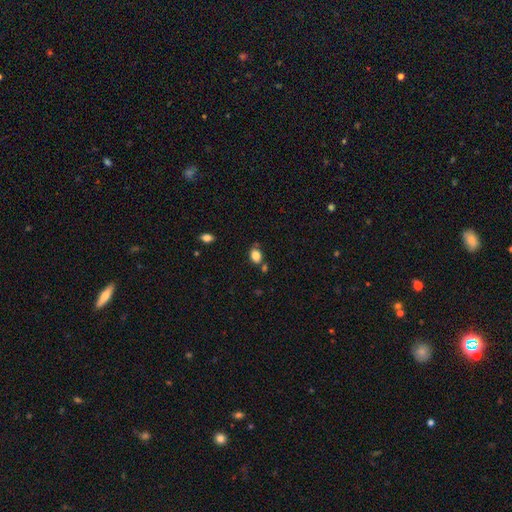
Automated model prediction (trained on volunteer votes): A smooth galaxy with no disk features (83%) that is in between round and cigar-shaped (71%).

Vote fractions:
- Smooth or featured? smooth: 83% / star or artifact: 10% / featured or disk: 7%
- How rounded? in between: 71% / round: 27% / cigar-shaped: 1%
- Merging? none: 67% / minor disturbance: 18% / merger: 11% / major disturbance: 4%